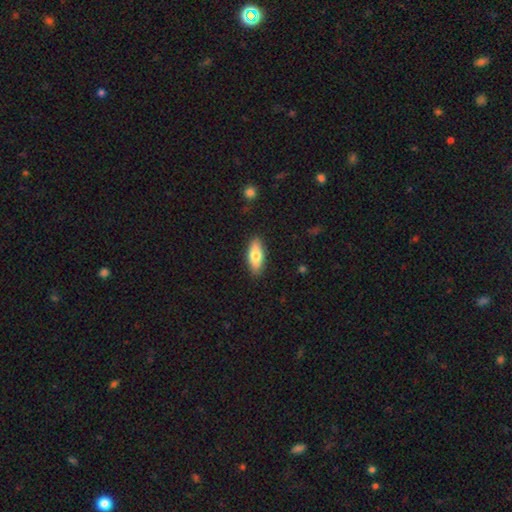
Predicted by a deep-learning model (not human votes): A smooth galaxy with no disk features (74%) that is in between round and cigar-shaped (77%).

Vote fractions:
- Smooth or featured? smooth: 74% / featured or disk: 20% / star or artifact: 6%
- How rounded? in between: 77% / cigar-shaped: 20% / round: 3%
- Merging? none: 88% / minor disturbance: 9% / major disturbance: 2% / merger: 1%